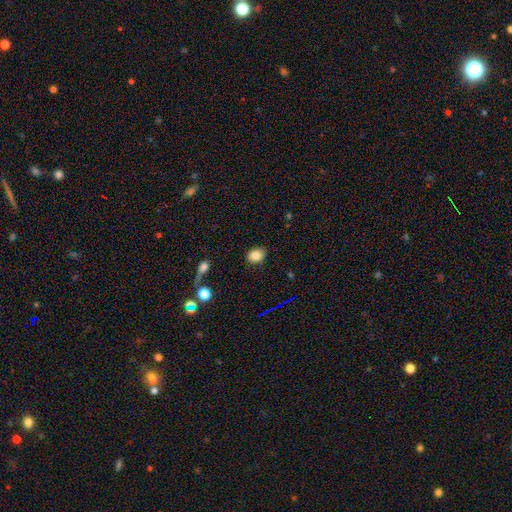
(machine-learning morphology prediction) type=smooth (83%); roundness=in between (57%); merging=none (84%).